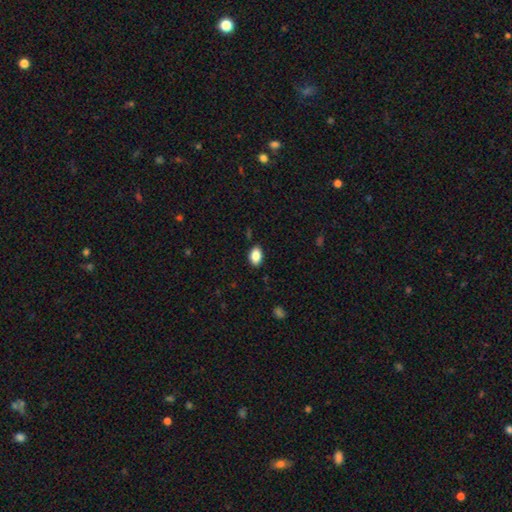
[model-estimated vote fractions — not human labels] smooth_or_featured: smooth (p=0.87) [alt: star or artifact p=0.08]
how_rounded: in between (p=0.87) [alt: round p=0.12]
merging: none (p=0.86) [alt: minor disturbance p=0.11]